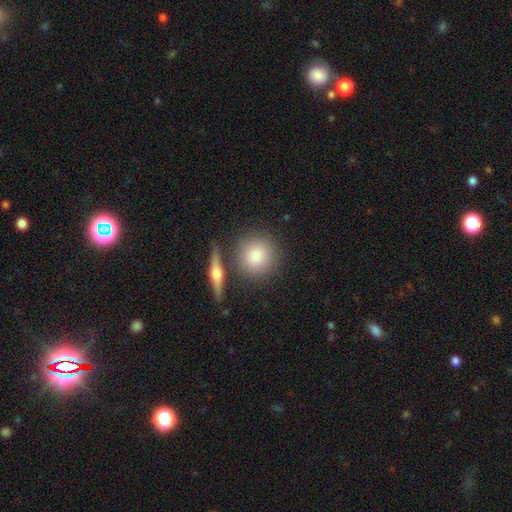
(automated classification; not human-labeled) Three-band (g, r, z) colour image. It shows a smooth galaxy with no disk features (78%) that is round (88%). Merging: none (78%).